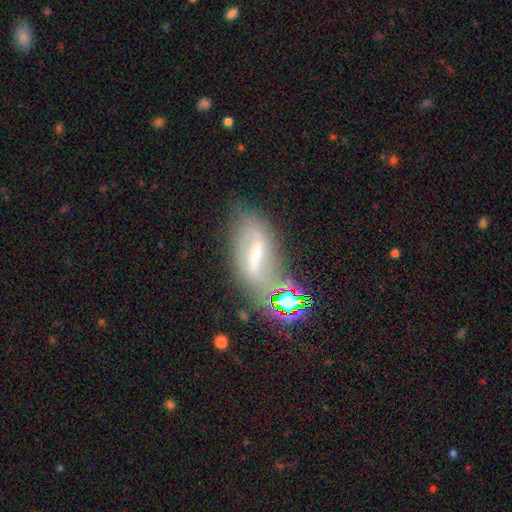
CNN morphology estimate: A featured or disk galaxy (64%) with a strong bar (56%), spiral arms (73%) and a small central bulge (38%).

Vote fractions:
- Smooth or featured? featured or disk: 64% / smooth: 22% / star or artifact: 15%
- Edge-on disk? no: 85% / yes: 15%
- Bar? strong: 56% / weak: 32% / no: 11%
- Spiral arms? yes: 73% / no: 27%
- Bulge size? small: 38% / moderate: 32% / none: 21% / large: 6% / dominant: 2%
- Merging? none: 60% / minor disturbance: 21% / major disturbance: 11% / merger: 9%